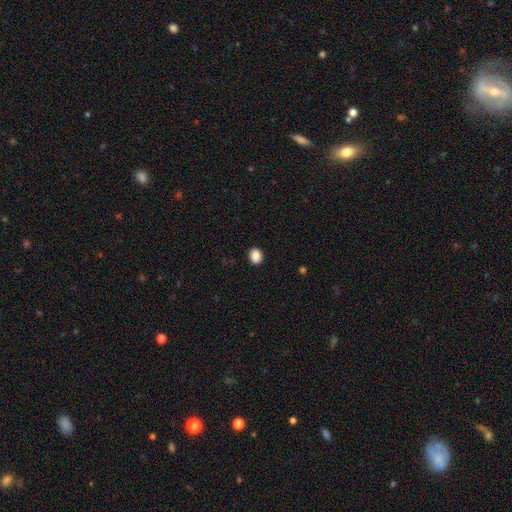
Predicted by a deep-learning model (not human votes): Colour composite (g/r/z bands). It shows a smooth galaxy with no disk features (88%) that is round (51%). Merging: none (91%).